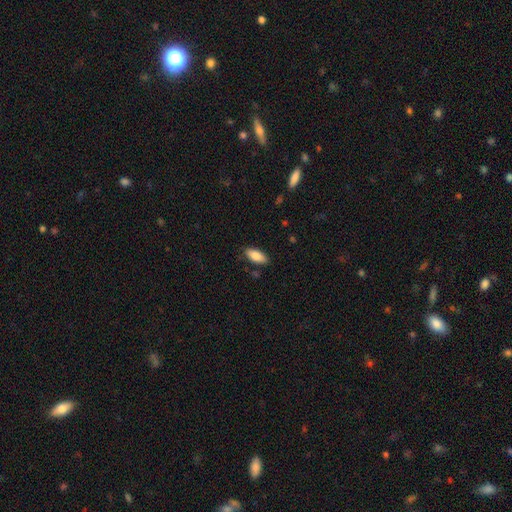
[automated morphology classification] The model was most divided on "how rounded": in between: 85%, cigar-shaped: 13%, round: 2%. More confident: smooth or featured — smooth (85%); merging — none (84%).